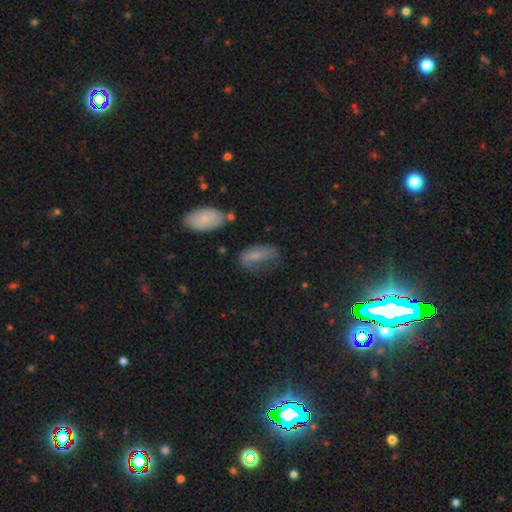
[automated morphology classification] A smooth galaxy with no disk features (57%) that is in between round and cigar-shaped (85%). Merging: none (40%).